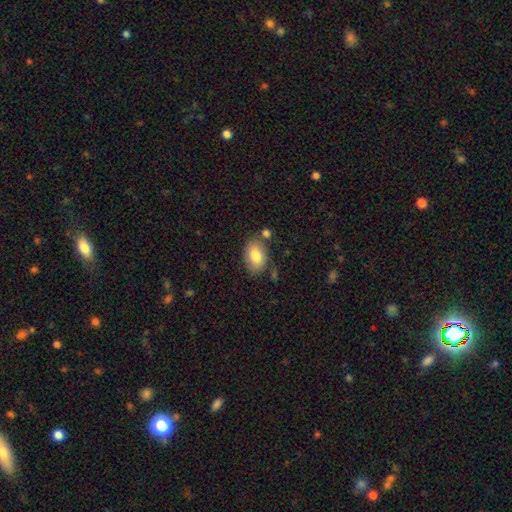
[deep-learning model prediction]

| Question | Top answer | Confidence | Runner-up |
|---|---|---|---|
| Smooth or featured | smooth | 80% | featured or disk (12%) |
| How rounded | in between | 88% | round (11%) |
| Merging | none | 71% | minor disturbance (16%) |